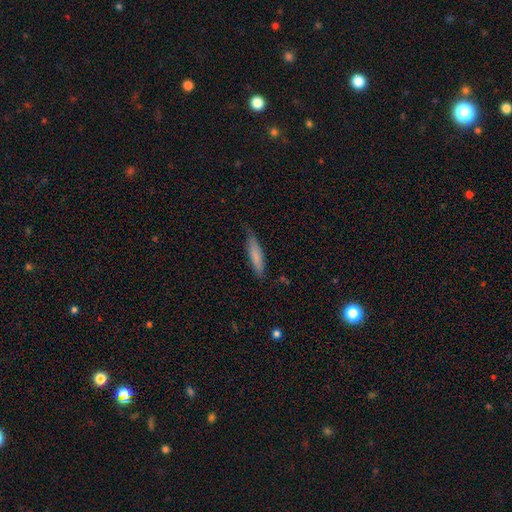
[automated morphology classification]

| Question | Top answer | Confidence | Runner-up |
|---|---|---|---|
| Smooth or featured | smooth | 77% | featured or disk (17%) |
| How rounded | cigar-shaped | 80% | in between (18%) |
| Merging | none | 72% | minor disturbance (23%) |